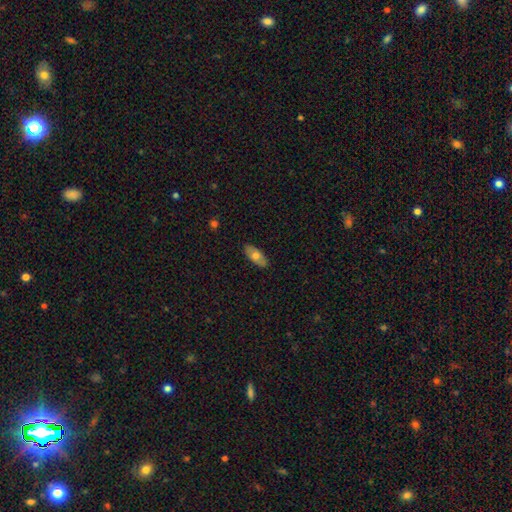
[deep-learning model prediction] Smooth or featured? smooth (68%)
How rounded? in between (85%)
Merging? none (87%)